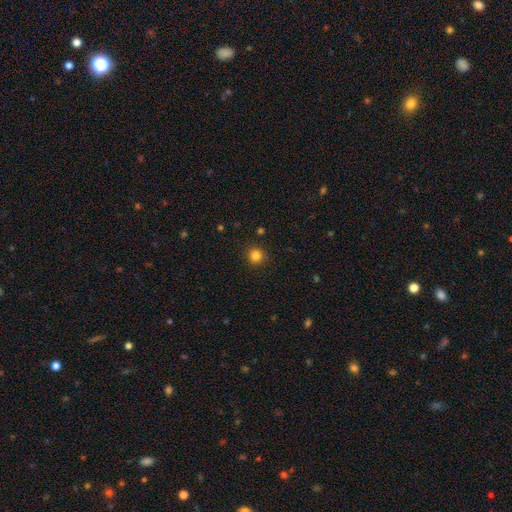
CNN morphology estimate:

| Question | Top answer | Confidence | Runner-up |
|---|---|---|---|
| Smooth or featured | smooth | 83% | star or artifact (13%) |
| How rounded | round | 93% | in between (6%) |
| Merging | none | 91% | minor disturbance (6%) |